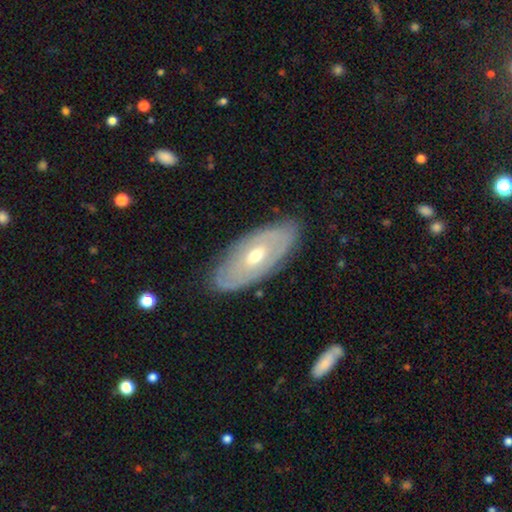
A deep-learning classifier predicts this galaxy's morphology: smooth_or_featured: featured or disk (p=0.66) [alt: smooth p=0.28]
disk_edge_on: no (p=0.84) [alt: yes p=0.16]
bar: no (p=0.69) [alt: weak p=0.24]
has_spiral_arms: no (p=0.53) [alt: yes p=0.47]
bulge_size: moderate (p=0.67) [alt: small p=0.28]
merging: none (p=0.83) [alt: minor disturbance p=0.13]